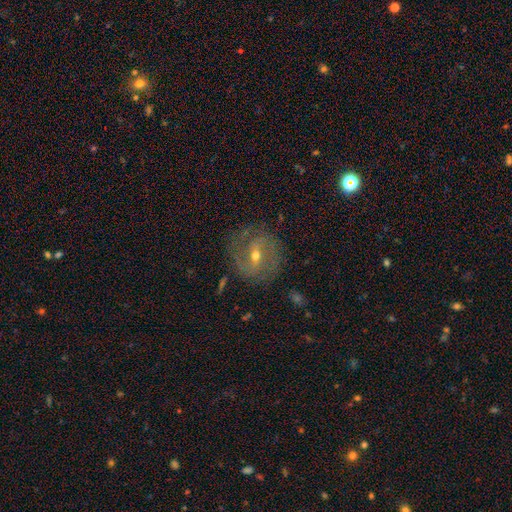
This appears to be a featured or disk galaxy (92%) with a weak bar (48%), 2 (90%) medium (35%) spiral arms (94%) and a small central bulge (55%). Merging: none (83%).